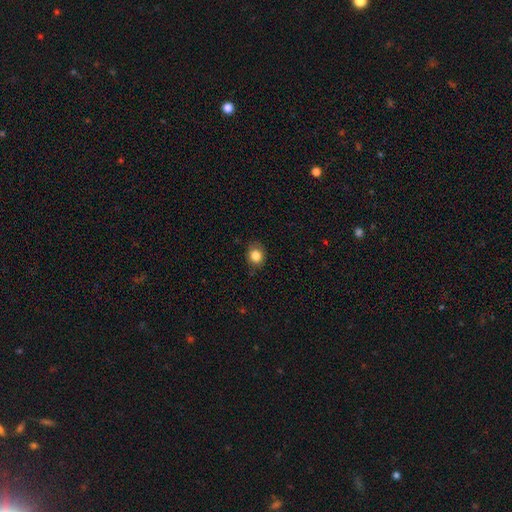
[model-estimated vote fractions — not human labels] smooth_or_featured: smooth (p=0.83) [alt: star or artifact p=0.10]
how_rounded: round (p=0.56) [alt: in between p=0.43]
merging: none (p=0.81) [alt: minor disturbance p=0.15]